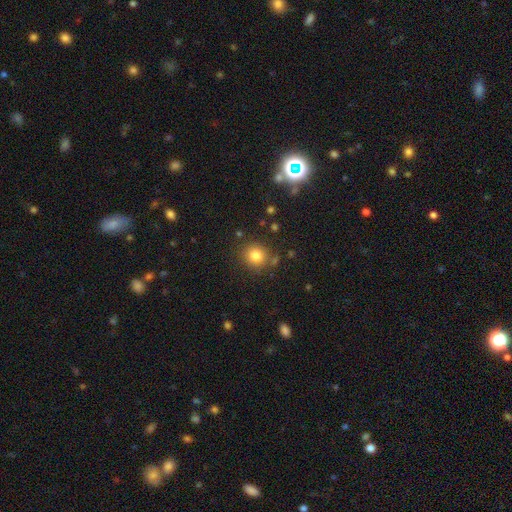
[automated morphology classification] Smooth or featured?
  - smooth: 81% *
  - star or artifact: 12%
  - featured or disk: 7%
How rounded?
  - round: 87% *
  - in between: 12%
  - cigar-shaped: 1%
Merging?
  - none: 82% *
  - minor disturbance: 9%
  - merger: 5%
  - major disturbance: 3%